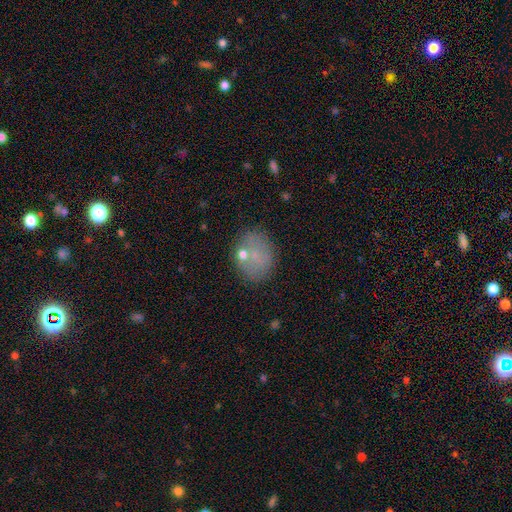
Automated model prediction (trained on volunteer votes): This is likely a smooth galaxy (65%). How rounded: possibly round (51%). Merging: likely none (71%).